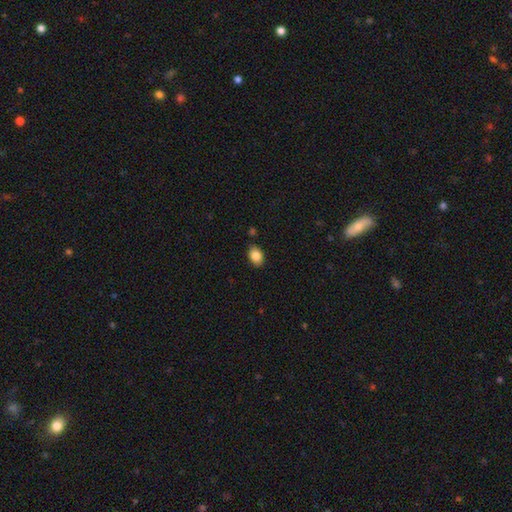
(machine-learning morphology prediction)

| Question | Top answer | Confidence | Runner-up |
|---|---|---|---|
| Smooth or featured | smooth | 85% | star or artifact (8%) |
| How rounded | in between | 82% | round (17%) |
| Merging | none | 85% | minor disturbance (11%) |